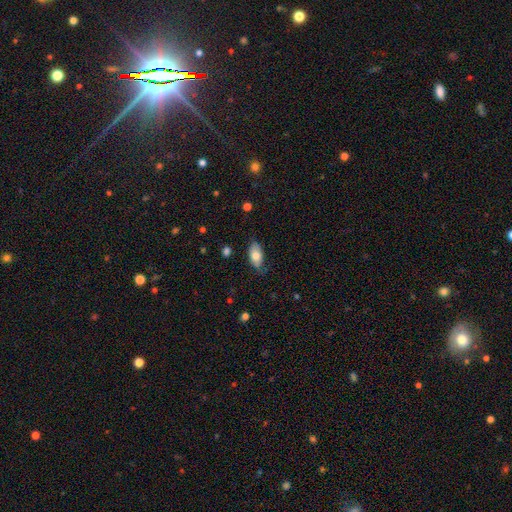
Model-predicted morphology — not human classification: smooth-or-featured: smooth: 73% | featured or disk: 20% | star or artifact: 7%
  how-rounded: in between: 92% | cigar-shaped: 4% | round: 4%
  merging: none: 70% | minor disturbance: 24% | major disturbance: 5% | merger: 1%